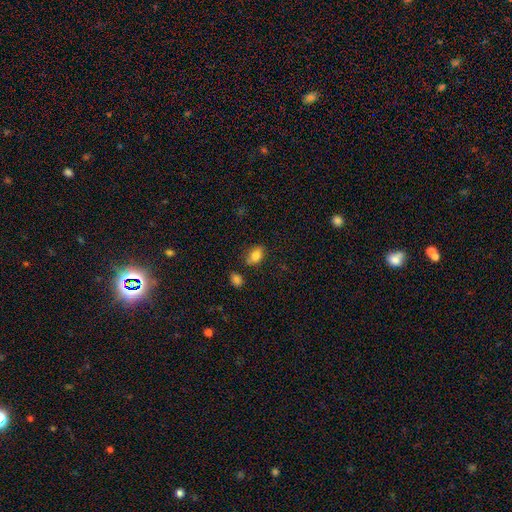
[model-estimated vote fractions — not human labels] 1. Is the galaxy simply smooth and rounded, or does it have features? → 83% smooth, 9% star or artifact, 8% featured or disk.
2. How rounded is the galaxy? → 84% in between, 14% round, 2% cigar-shaped.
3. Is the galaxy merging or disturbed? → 70% none, 20% minor disturbance, 6% merger, 5% major disturbance.